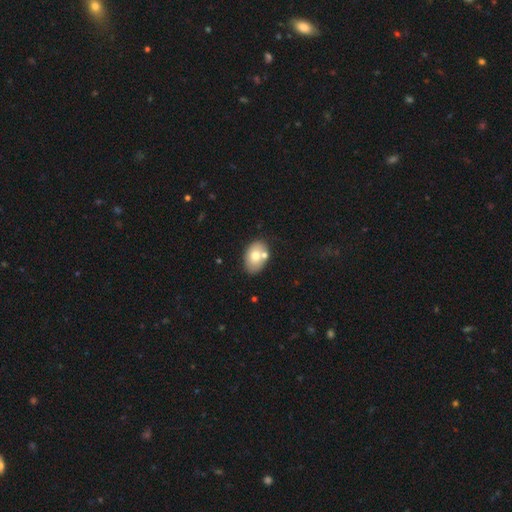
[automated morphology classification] Smooth or featured? smooth (69%)
How rounded? in between (83%)
Merging? none (67%)